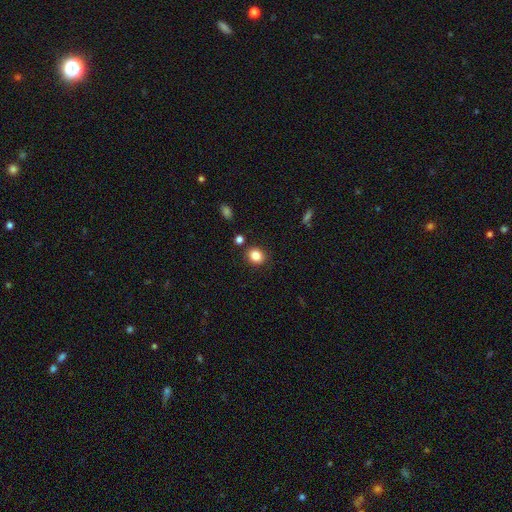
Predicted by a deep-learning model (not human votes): Smooth or featured? smooth (84%)
How rounded? round (67%)
Merging? none (85%)